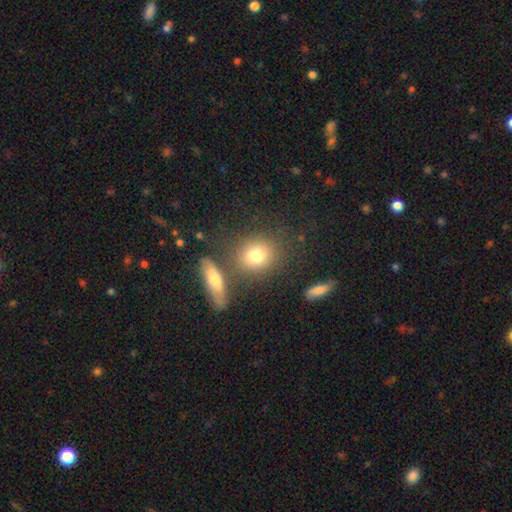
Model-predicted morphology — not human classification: This appears to be a smooth galaxy with no disk features (74%) that is round (67%). Merging: none (67%).